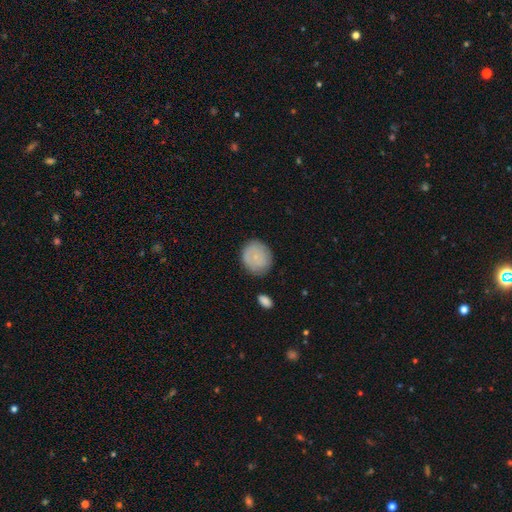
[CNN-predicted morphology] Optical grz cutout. It shows a smooth galaxy with no disk features (69%) that is round (78%). Merging: none (78%).